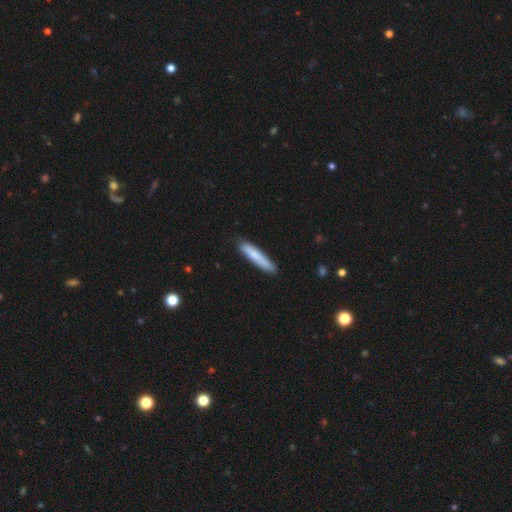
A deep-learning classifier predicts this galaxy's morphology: Smooth or featured: smooth — 77% (featured or disk — 18%)
How rounded: cigar-shaped — 92% (in between — 7%)
Merging: none — 86% (minor disturbance — 11%)